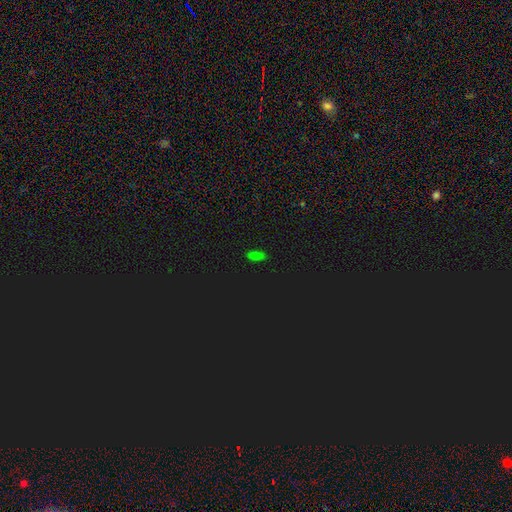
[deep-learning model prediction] This is likely a smooth galaxy (63%). How rounded: likely in between (79%). Merging: clearly none (86%).